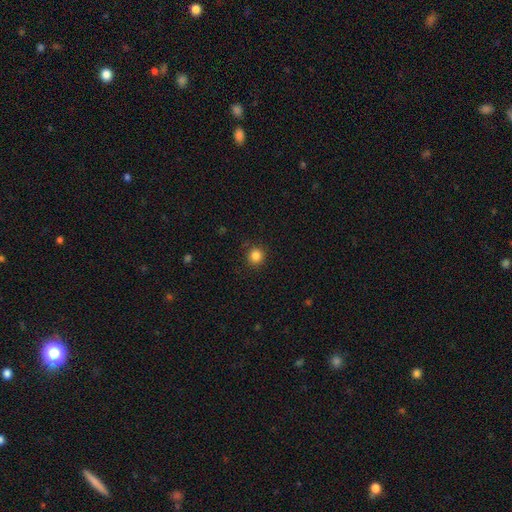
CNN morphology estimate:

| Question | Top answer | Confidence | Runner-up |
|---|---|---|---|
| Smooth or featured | smooth | 84% | star or artifact (12%) |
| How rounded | round | 93% | in between (6%) |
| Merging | none | 89% | minor disturbance (8%) |